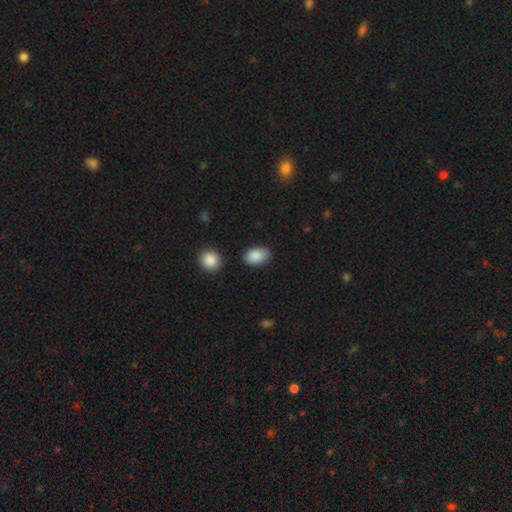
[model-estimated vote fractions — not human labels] Smooth or featured: smooth — 88% (star or artifact — 7%)
How rounded: in between — 87% (round — 12%)
Merging: none — 82% (minor disturbance — 12%)